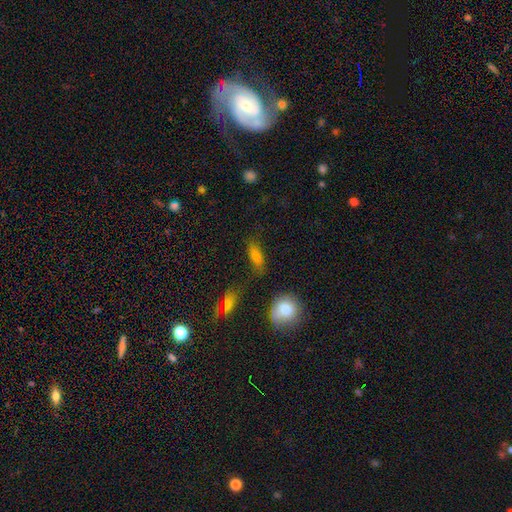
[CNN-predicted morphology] The model was most divided on "merging": none: 66%, minor disturbance: 19%, major disturbance: 8%, merger: 8%. More confident: smooth or featured — smooth (77%); how rounded — in between (70%).